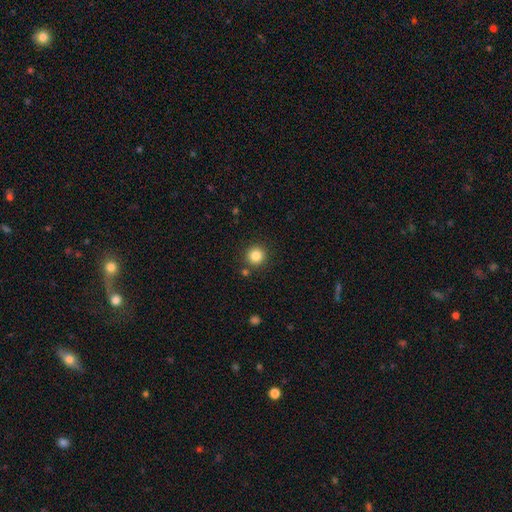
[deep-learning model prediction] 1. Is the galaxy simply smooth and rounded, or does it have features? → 84% smooth, 11% star or artifact, 5% featured or disk.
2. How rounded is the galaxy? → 94% round, 5% in between, 1% cigar-shaped.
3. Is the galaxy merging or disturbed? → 88% none, 6% minor disturbance, 4% merger, 2% major disturbance.